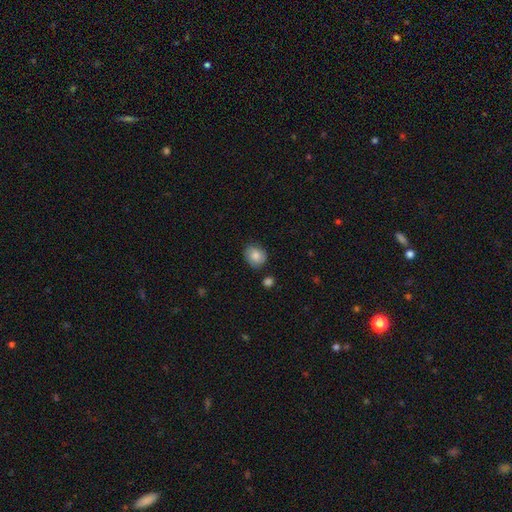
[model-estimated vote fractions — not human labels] A smooth galaxy with no disk features (71%) that is round (67%). Merging: none (78%).